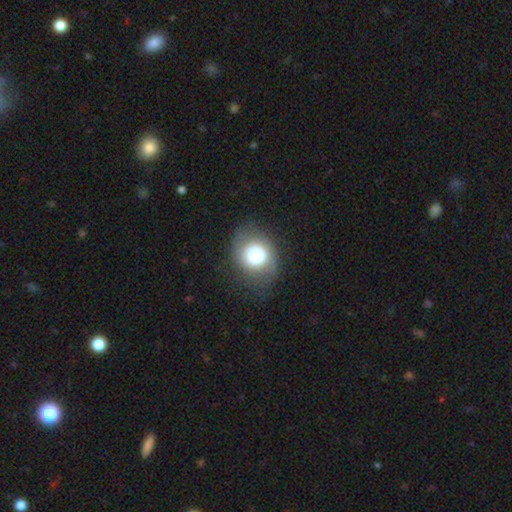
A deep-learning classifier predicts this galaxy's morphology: smooth_or_featured: smooth (p=0.70) [alt: featured or disk p=0.22]
how_rounded: round (p=0.64) [alt: in between p=0.35]
merging: none (p=0.67) [alt: minor disturbance p=0.21]